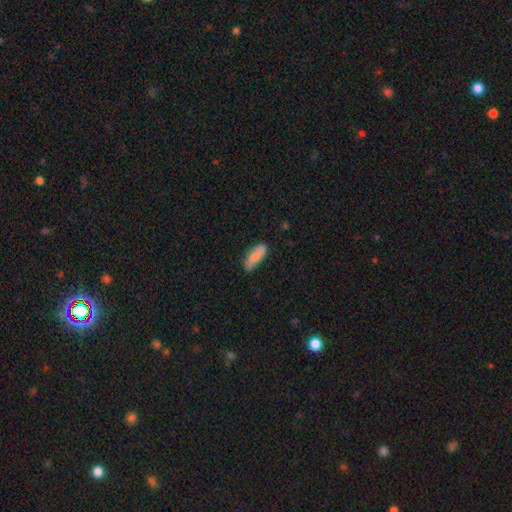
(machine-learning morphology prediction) smooth-or-featured: smooth: 83% | featured or disk: 10% | star or artifact: 6%
  how-rounded: in between: 59% | cigar-shaped: 39% | round: 2%
  merging: none: 68% | minor disturbance: 25% | major disturbance: 5% | merger: 2%